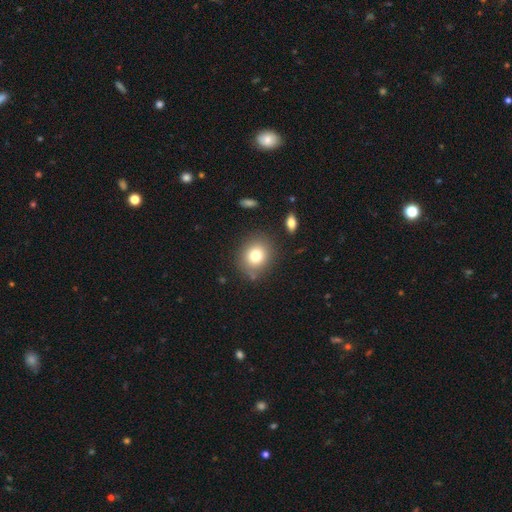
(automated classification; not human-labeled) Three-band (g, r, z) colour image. It shows a smooth galaxy with no disk features (77%) that is round (76%). Merging: none (82%).